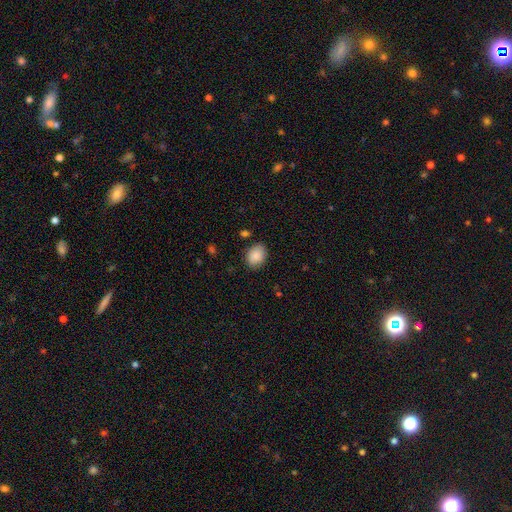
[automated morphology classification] Smooth or featured?
  - smooth: 87% *
  - star or artifact: 7%
  - featured or disk: 5%
How rounded?
  - in between: 64% *
  - round: 35%
  - cigar-shaped: 1%
Merging?
  - none: 83% *
  - minor disturbance: 13%
  - major disturbance: 3%
  - merger: 2%